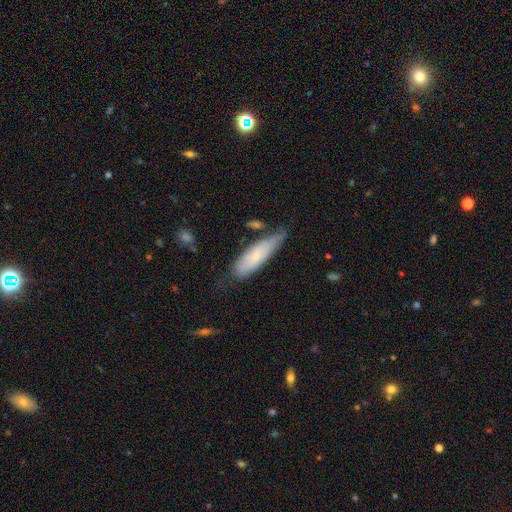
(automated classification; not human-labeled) Smooth or featured: smooth — 64% (featured or disk — 30%)
How rounded: cigar-shaped — 51% (in between — 48%)
Merging: none — 53% (minor disturbance — 33%)